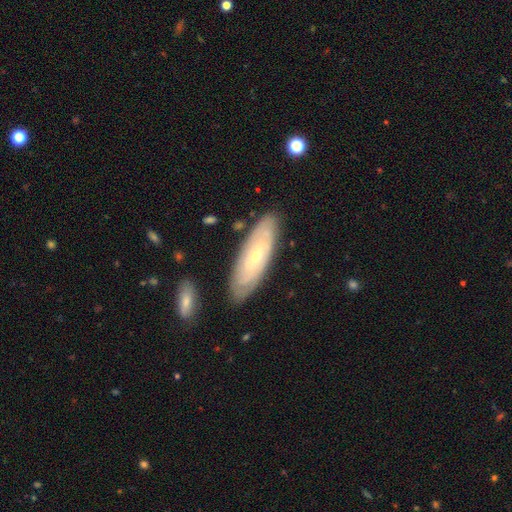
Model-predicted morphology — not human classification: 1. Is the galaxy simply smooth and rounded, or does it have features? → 71% featured or disk, 23% smooth, 6% star or artifact.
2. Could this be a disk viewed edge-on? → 82% no, 18% yes.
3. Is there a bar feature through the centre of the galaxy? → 65% no, 27% weak, 9% strong.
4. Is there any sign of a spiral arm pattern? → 75% yes, 25% no.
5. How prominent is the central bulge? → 69% small, 29% moderate, 1% large, 1% none, 1% dominant.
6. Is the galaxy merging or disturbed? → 84% none, 11% minor disturbance, 2% major disturbance, 2% merger.